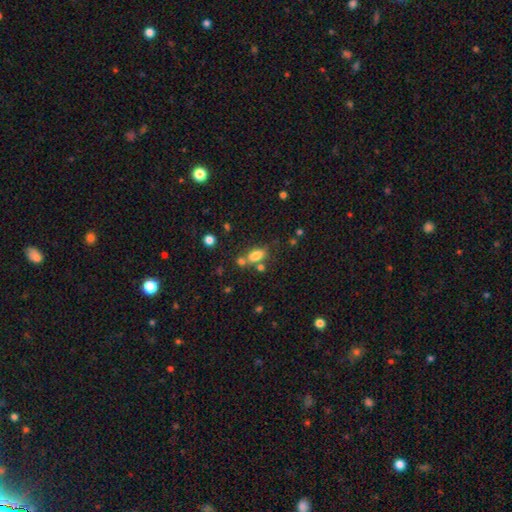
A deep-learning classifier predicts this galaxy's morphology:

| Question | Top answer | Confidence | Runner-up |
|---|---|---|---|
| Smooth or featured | smooth | 79% | star or artifact (11%) |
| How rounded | in between | 84% | round (10%) |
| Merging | none | 58% | merger (23%) |